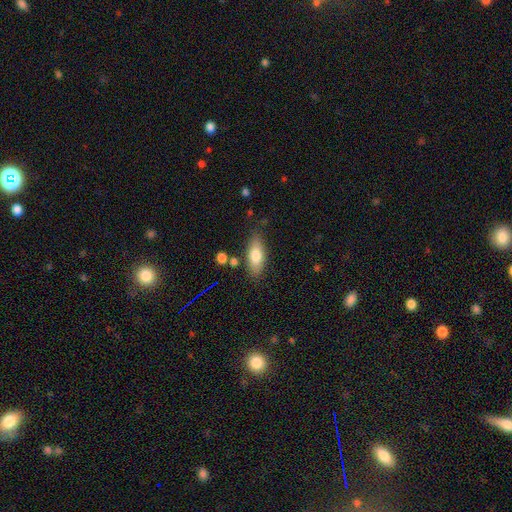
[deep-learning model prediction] Smooth or featured? Predicted: smooth (p=0.75). How rounded? Predicted: in between (p=0.76). Merging? Predicted: none (p=0.80).